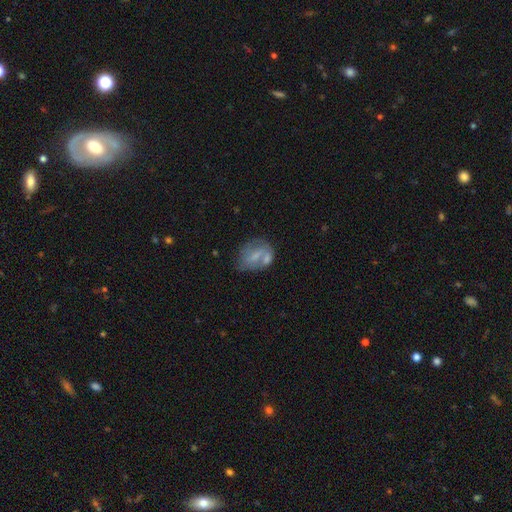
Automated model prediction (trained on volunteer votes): This is possibly a smooth galaxy (48%). Merging: marginally none (38%).